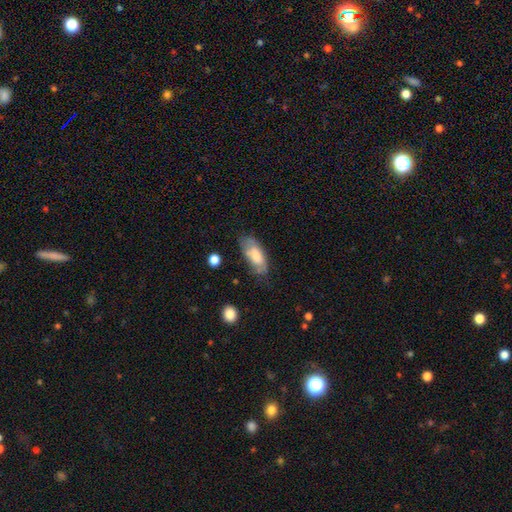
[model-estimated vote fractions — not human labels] This is likely a smooth galaxy (71%). How rounded: clearly in between (82%). Merging: possibly none (57%).